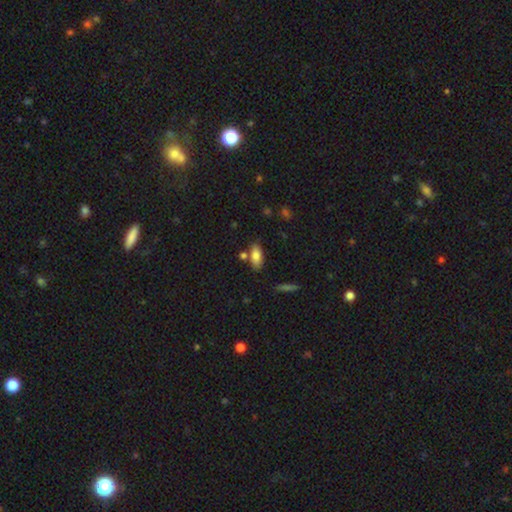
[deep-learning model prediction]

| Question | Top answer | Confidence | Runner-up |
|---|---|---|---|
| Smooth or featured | smooth | 82% | featured or disk (11%) |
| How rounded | in between | 86% | cigar-shaped (12%) |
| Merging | none | 73% | minor disturbance (13%) |